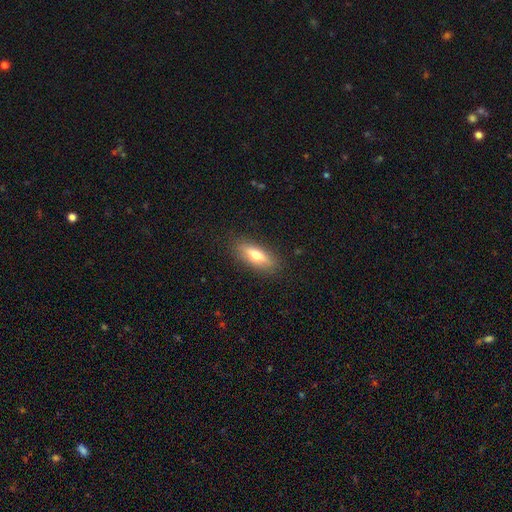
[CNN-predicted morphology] Smooth or featured? Predicted: smooth (p=0.61). How rounded? Predicted: in between (p=0.51). Merging? Predicted: none (p=0.86).